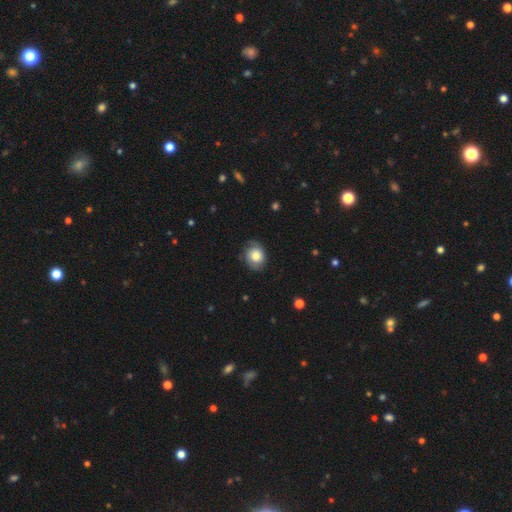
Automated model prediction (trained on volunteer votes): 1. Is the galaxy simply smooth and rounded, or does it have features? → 64% smooth, 28% featured or disk, 8% star or artifact.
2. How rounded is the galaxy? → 56% round, 44% in between, 1% cigar-shaped.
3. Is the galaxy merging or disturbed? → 73% none, 21% minor disturbance, 6% major disturbance, 1% merger.